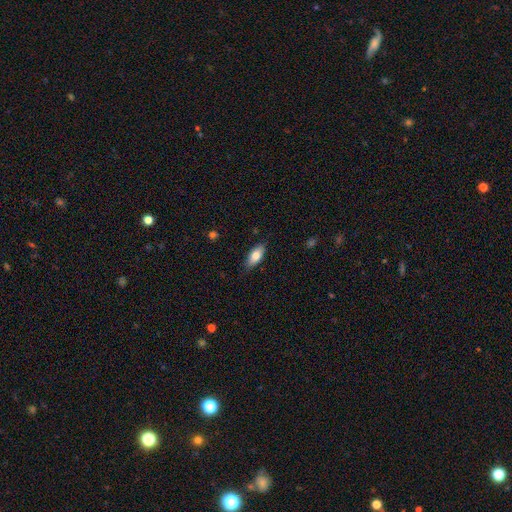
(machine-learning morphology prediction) smooth-or-featured: smooth: 79% | featured or disk: 15% | star or artifact: 7%
  how-rounded: in between: 84% | cigar-shaped: 13% | round: 3%
  merging: none: 82% | minor disturbance: 14% | major disturbance: 2% | merger: 1%